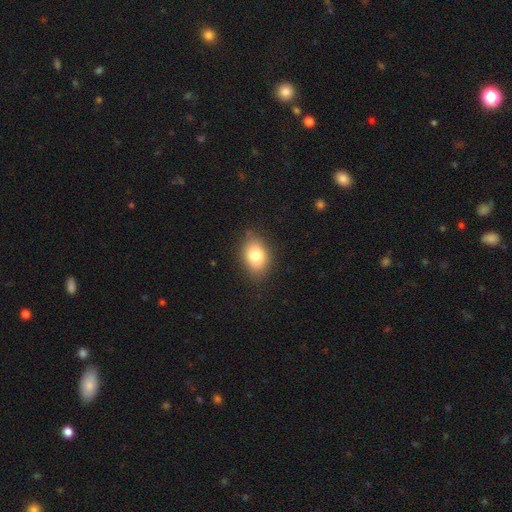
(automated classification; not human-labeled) This appears to be a smooth galaxy with no disk features (80%) that is in between round and cigar-shaped (79%). Merging: none (83%).